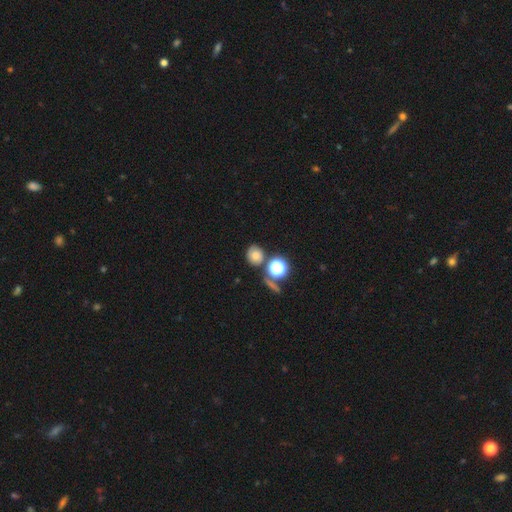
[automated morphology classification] smooth_or_featured: smooth (p=0.68) [alt: star or artifact p=0.18]
how_rounded: round (p=0.77) [alt: in between p=0.22]
merging: none (p=0.70) [alt: merger p=0.13]